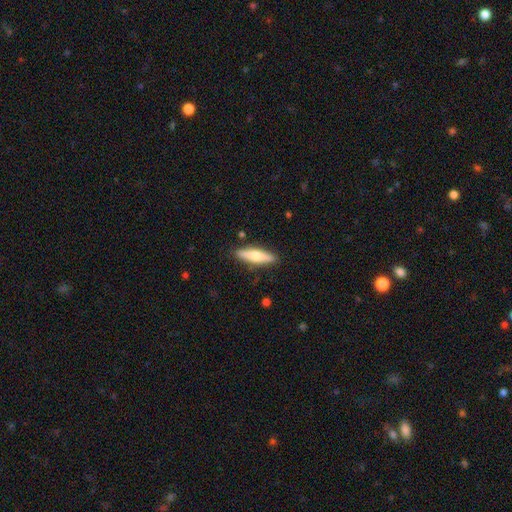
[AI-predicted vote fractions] Morphology: type=smooth (59%); roundness=cigar-shaped (68%); merging=none (88%).